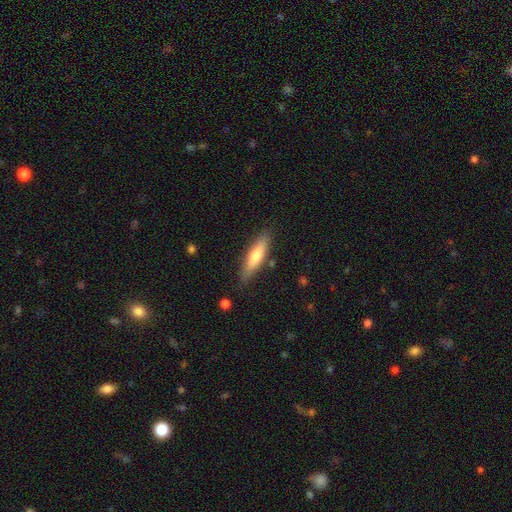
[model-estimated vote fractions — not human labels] Morphology: type=smooth (65%); roundness=cigar-shaped (72%); merging=none (84%).